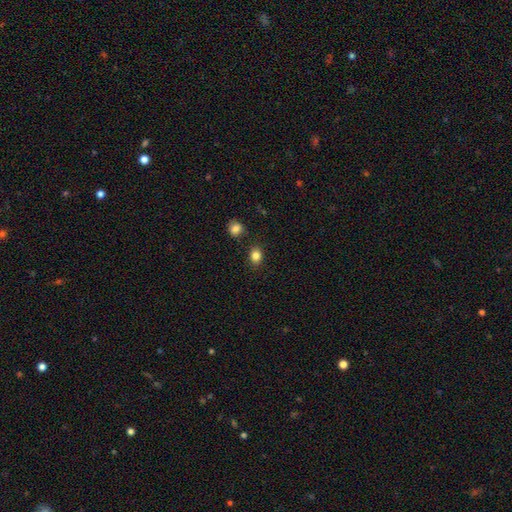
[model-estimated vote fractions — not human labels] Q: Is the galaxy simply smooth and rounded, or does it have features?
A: smooth — 84%.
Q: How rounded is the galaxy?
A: round — 57%.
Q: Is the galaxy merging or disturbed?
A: none — 85%.